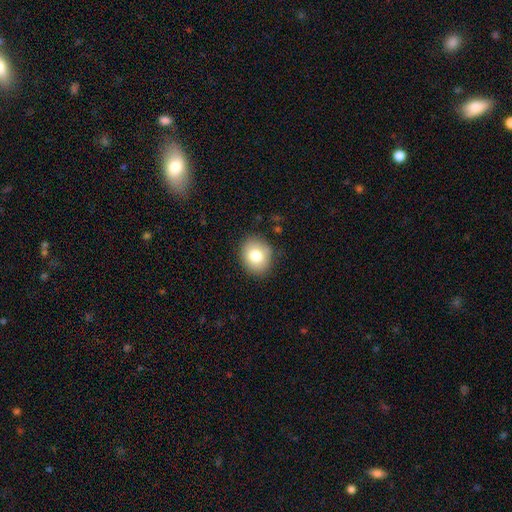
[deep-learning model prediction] This appears to be a smooth galaxy with no disk features (78%) that is round (64%). Merging: none (85%).